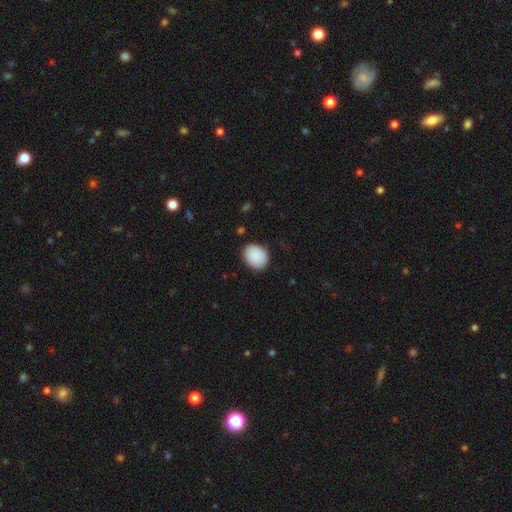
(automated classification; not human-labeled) Smooth or featured? Predicted: smooth (p=0.90). How rounded? Predicted: in between (p=0.52). Merging? Predicted: none (p=0.86).